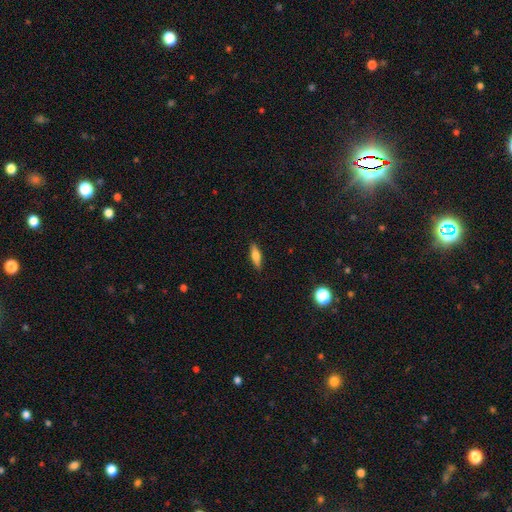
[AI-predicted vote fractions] Smooth or featured? smooth (71%)
How rounded? cigar-shaped (52%)
Merging? none (88%)